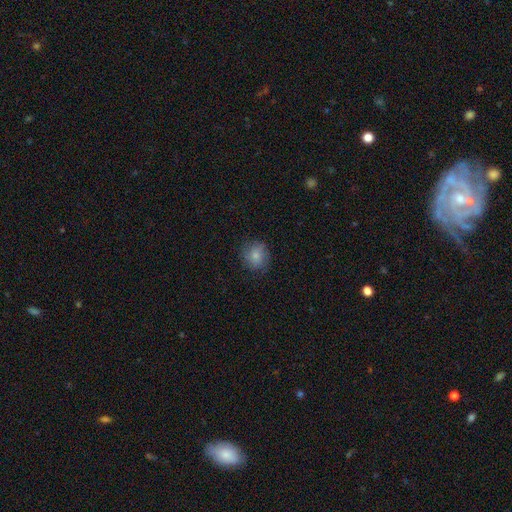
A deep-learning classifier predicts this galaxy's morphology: A smooth galaxy with no disk features (79%) that is round (81%).

Vote fractions:
- Smooth or featured? smooth: 79% / featured or disk: 13% / star or artifact: 8%
- How rounded? round: 81% / in between: 18% / cigar-shaped: 1%
- Merging? none: 79% / minor disturbance: 15% / major disturbance: 5% / merger: 1%